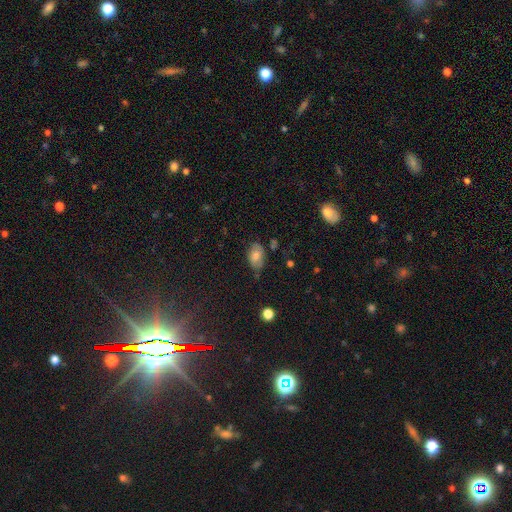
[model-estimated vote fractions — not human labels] Morphology: type=smooth (70%); roundness=in between (88%); merging=none (63%).